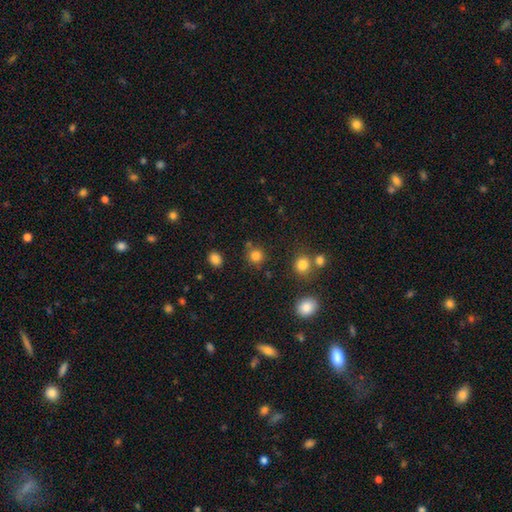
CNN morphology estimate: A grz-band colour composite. It shows a smooth galaxy with no disk features (82%) that is round (90%). Merging: none (79%).